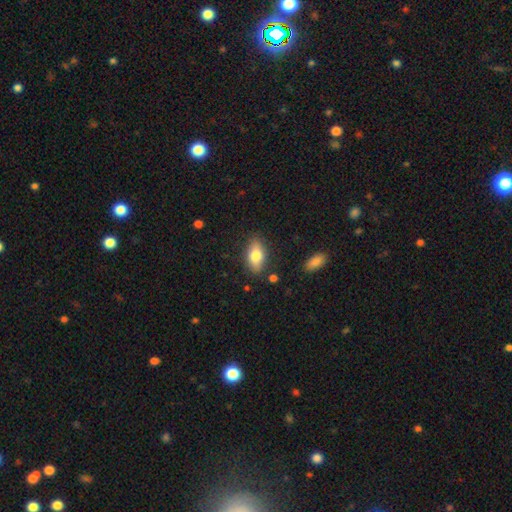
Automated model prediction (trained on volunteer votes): Morphology: type=smooth (74%); roundness=in between (87%); merging=none (83%).